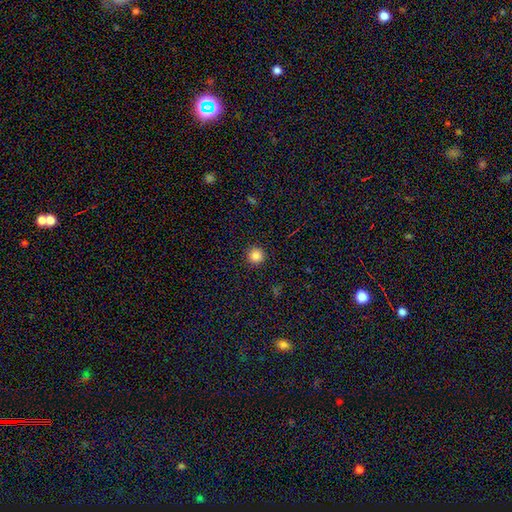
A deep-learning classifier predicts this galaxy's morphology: A smooth galaxy with no disk features (85%) that is round (96%). Merging: none (93%).